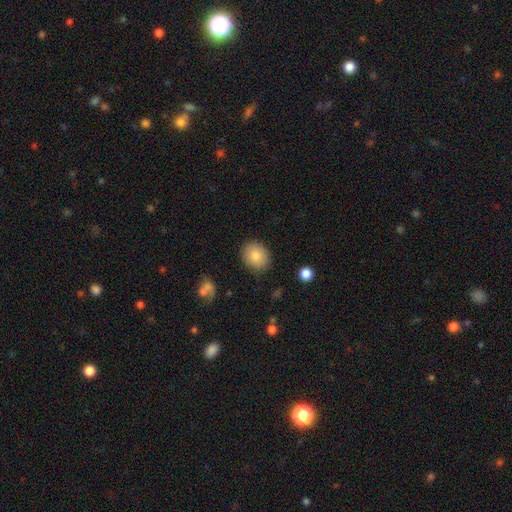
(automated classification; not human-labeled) Overall: smooth (83%). How rounded: round (58%; in between 41%). Merging: none (85%).